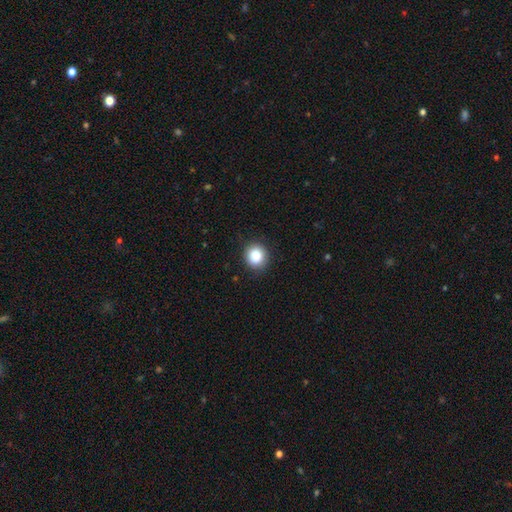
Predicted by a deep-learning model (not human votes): Morphology: type=smooth (88%); roundness=round (84%); merging=none (87%).